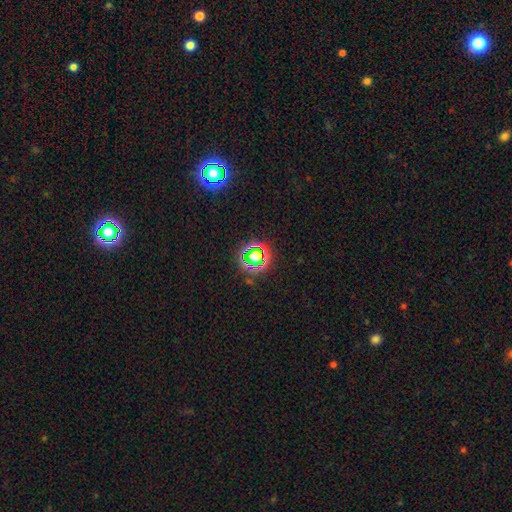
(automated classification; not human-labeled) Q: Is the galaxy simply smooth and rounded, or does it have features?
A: star or artifact — 55%.